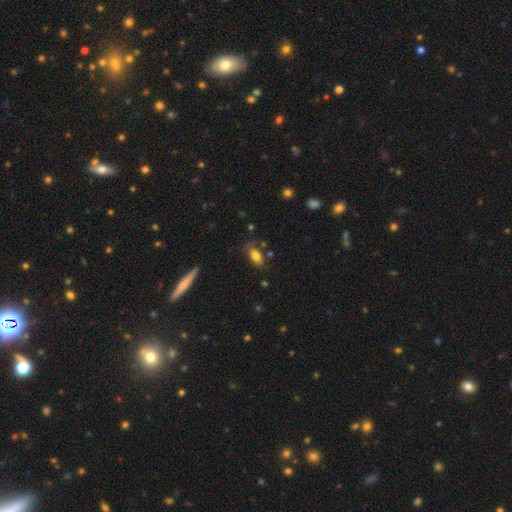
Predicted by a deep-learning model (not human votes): Morphology: type=smooth (79%); roundness=in between (87%); merging=none (65%).